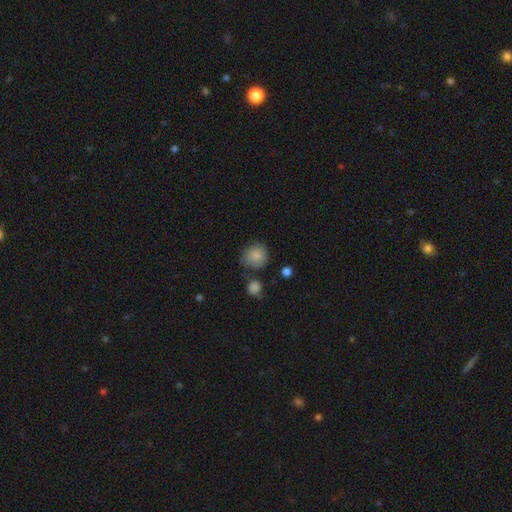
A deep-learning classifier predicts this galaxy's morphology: Smooth or featured? smooth (86%)
How rounded? round (83%)
Merging? none (67%)